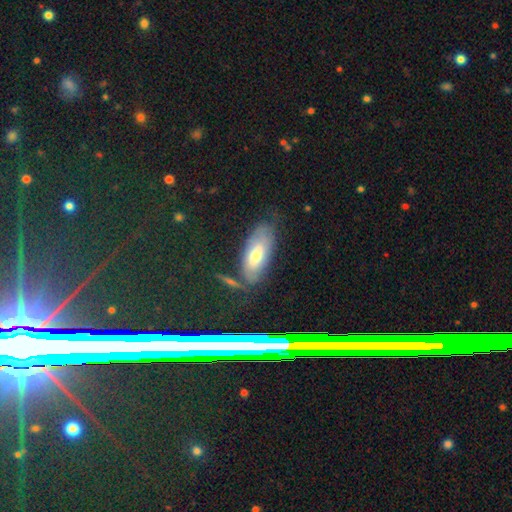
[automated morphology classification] smooth-or-featured: smooth: 57% | featured or disk: 29% | star or artifact: 15%
  how-rounded: in between: 83% | cigar-shaped: 14% | round: 3%
  merging: none: 71% | minor disturbance: 19% | major disturbance: 6% | merger: 4%